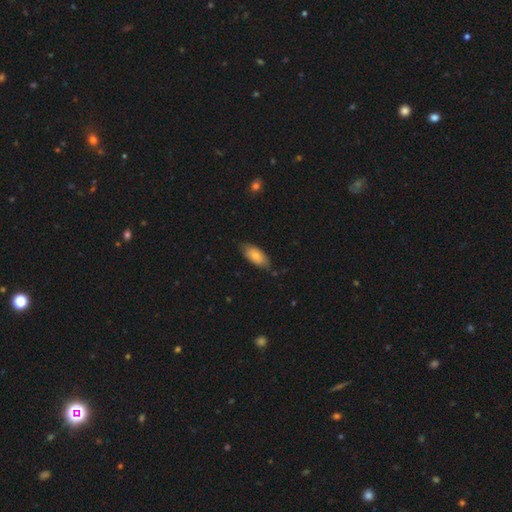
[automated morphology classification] smooth-or-featured: smooth: 70% | featured or disk: 23% | star or artifact: 6%
  how-rounded: in between: 90% | cigar-shaped: 7% | round: 2%
  merging: none: 69% | minor disturbance: 26% | major disturbance: 4% | merger: 2%